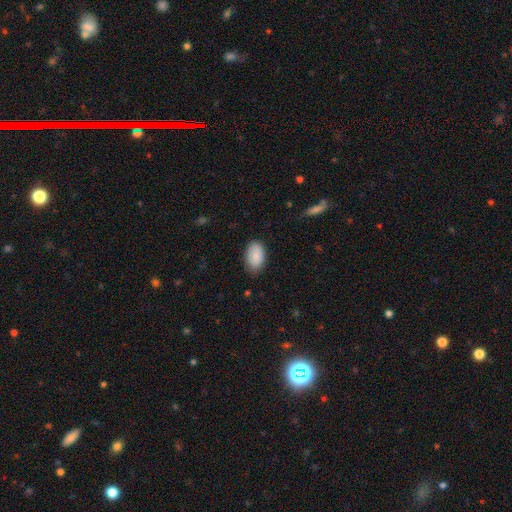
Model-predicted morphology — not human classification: type=smooth (87%); roundness=in between (93%); merging=none (81%).